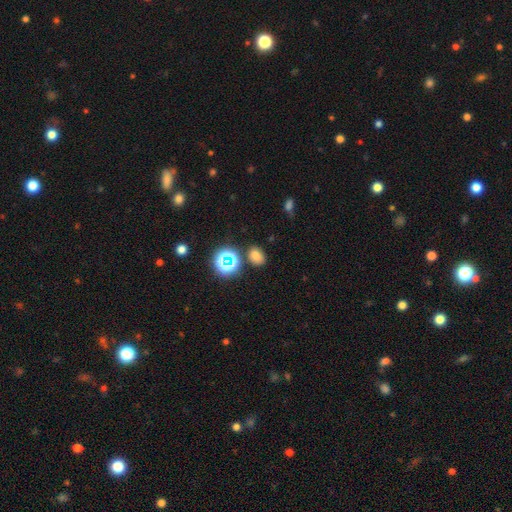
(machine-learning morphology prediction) type=smooth (71%); roundness=in between (68%); merging=none (81%).